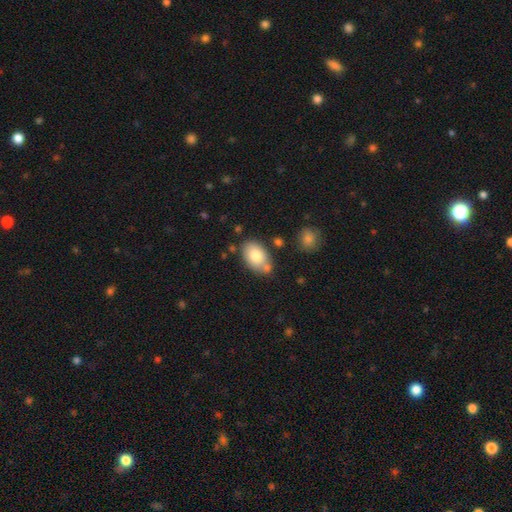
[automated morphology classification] Smooth or featured? Predicted: smooth (p=0.78). How rounded? Predicted: in between (p=0.88). Merging? Predicted: none (p=0.67).